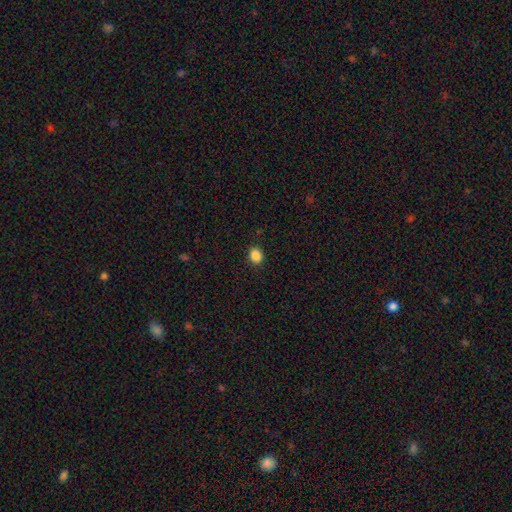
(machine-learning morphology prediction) Smooth or featured?
  - smooth: 87% *
  - star or artifact: 10%
  - featured or disk: 3%
How rounded?
  - round: 57% *
  - in between: 42%
  - cigar-shaped: 1%
Merging?
  - none: 90% *
  - minor disturbance: 7%
  - major disturbance: 2%
  - merger: 1%